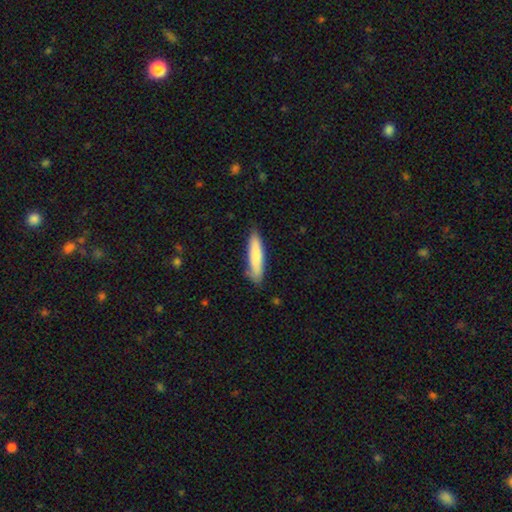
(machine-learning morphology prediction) Overall: smooth (81%). How rounded: cigar-shaped (81%). Merging: none (81%).